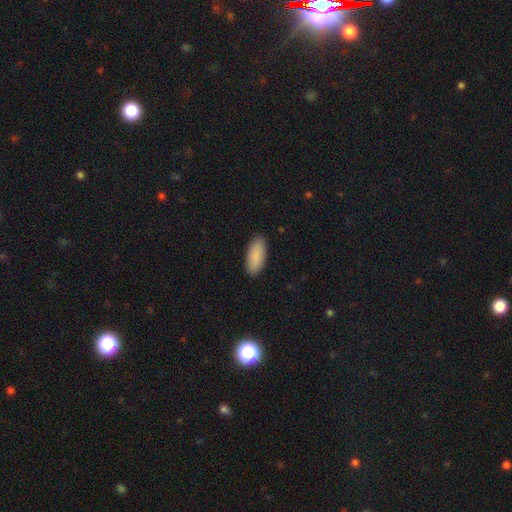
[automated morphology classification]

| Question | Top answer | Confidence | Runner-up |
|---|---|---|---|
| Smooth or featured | smooth | 90% | star or artifact (6%) |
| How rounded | in between | 82% | cigar-shaped (16%) |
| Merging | none | 89% | minor disturbance (8%) |